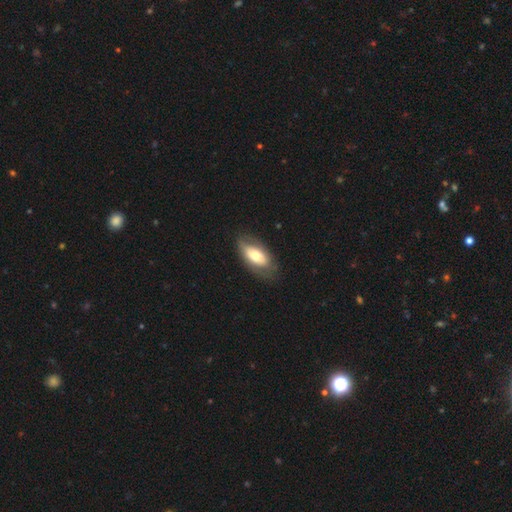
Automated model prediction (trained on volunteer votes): Smooth or featured?
  - smooth: 60% *
  - featured or disk: 34%
  - star or artifact: 6%
How rounded?
  - in between: 89% *
  - cigar-shaped: 7%
  - round: 3%
Merging?
  - none: 76% *
  - minor disturbance: 17%
  - major disturbance: 6%
  - merger: 1%